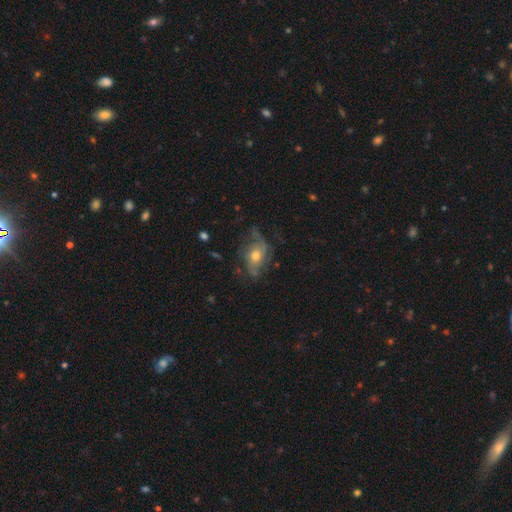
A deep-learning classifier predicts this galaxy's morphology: smooth_or_featured: featured or disk (p=0.69) [alt: smooth p=0.21]
disk_edge_on: no (p=0.94) [alt: yes p=0.06]
bar: no (p=0.76) [alt: weak p=0.20]
has_spiral_arms: yes (p=0.83) [alt: no p=0.17]
spiral_winding: loose (p=0.40) [alt: medium p=0.39]
spiral_arm_count: 2 (p=0.41) [alt: can't tell p=0.26]
bulge_size: moderate (p=0.64) [alt: small p=0.28]
merging: none (p=0.54) [alt: minor disturbance p=0.24]